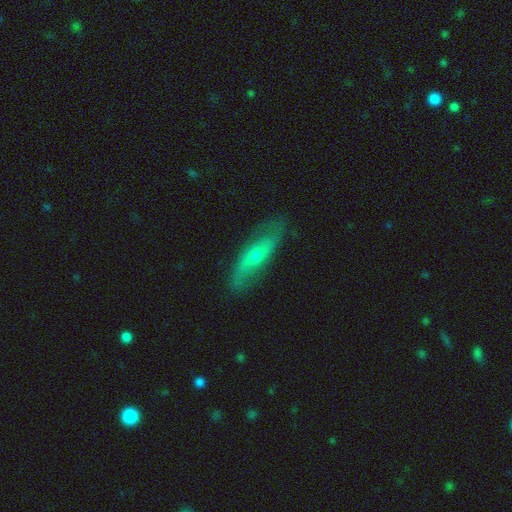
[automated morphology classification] This is likely a featured or disk galaxy (62%). It is likely not viewed edge-on (64%). Merging: likely none (79%).